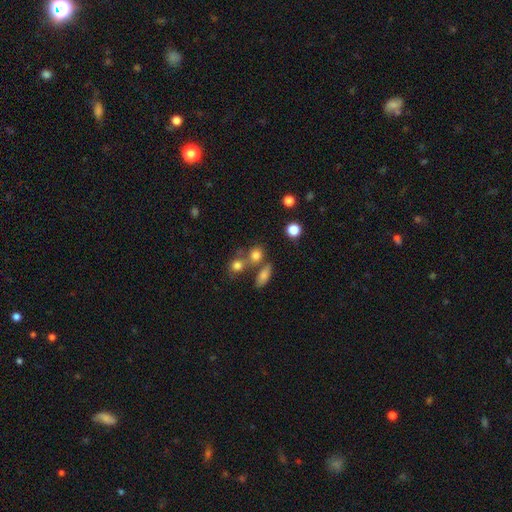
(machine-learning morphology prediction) Smooth or featured? smooth (78%)
How rounded? round (68%)
Merging? none (52%)